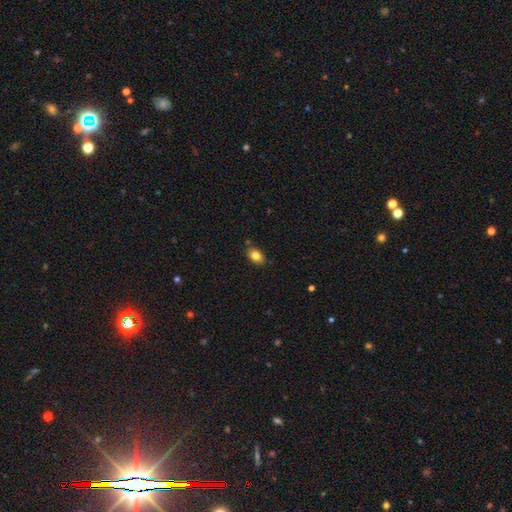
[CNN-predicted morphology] smooth-or-featured: smooth: 82% | star or artifact: 9% | featured or disk: 9%
  how-rounded: in between: 81% | round: 17% | cigar-shaped: 2%
  merging: none: 81% | minor disturbance: 14% | merger: 3% | major disturbance: 3%